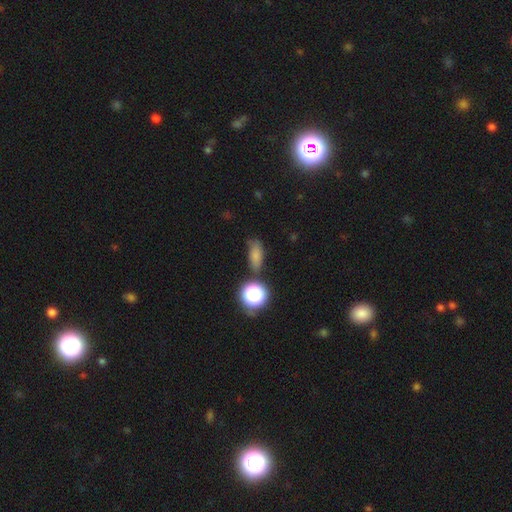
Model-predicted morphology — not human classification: Smooth or featured: smooth — 74% (star or artifact — 17%)
How rounded: in between — 73% (round — 15%)
Merging: none — 69% (minor disturbance — 19%)